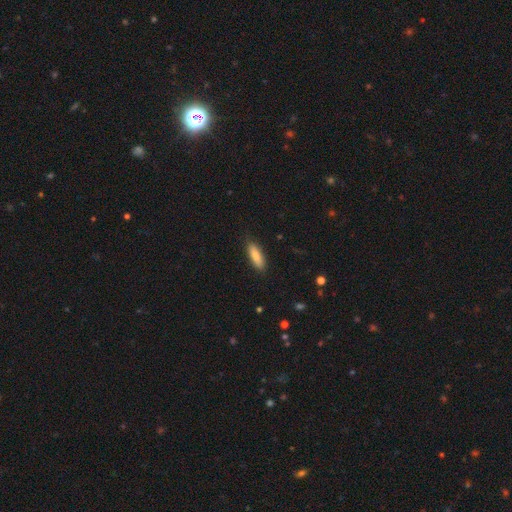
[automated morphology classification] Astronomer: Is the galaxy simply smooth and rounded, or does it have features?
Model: smooth — 84%.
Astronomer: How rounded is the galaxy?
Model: in between — 51% (runner-up: cigar-shaped, 47%).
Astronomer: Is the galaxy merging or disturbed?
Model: none — 86%.